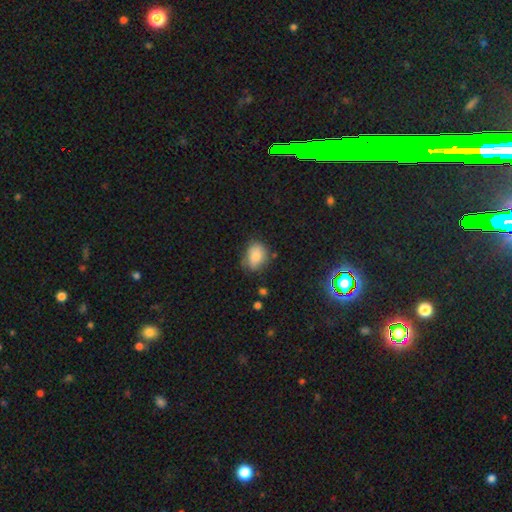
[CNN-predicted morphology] smooth-or-featured: smooth: 83% | star or artifact: 9% | featured or disk: 8%
  how-rounded: in between: 63% | round: 35% | cigar-shaped: 1%
  merging: none: 65% | minor disturbance: 26% | major disturbance: 6% | merger: 3%